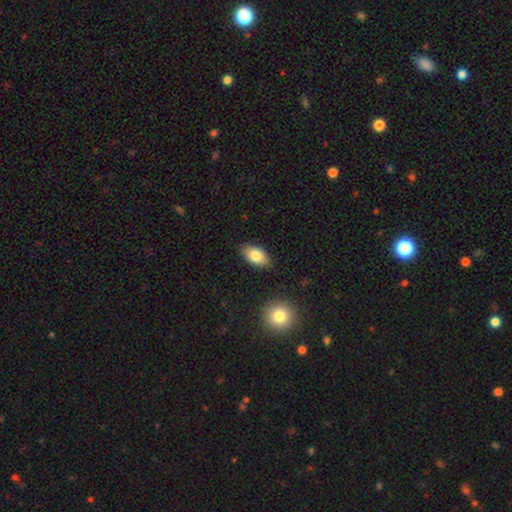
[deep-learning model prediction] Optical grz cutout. It shows a smooth galaxy with no disk features (82%) that is in between round and cigar-shaped (93%). Merging: none (85%).